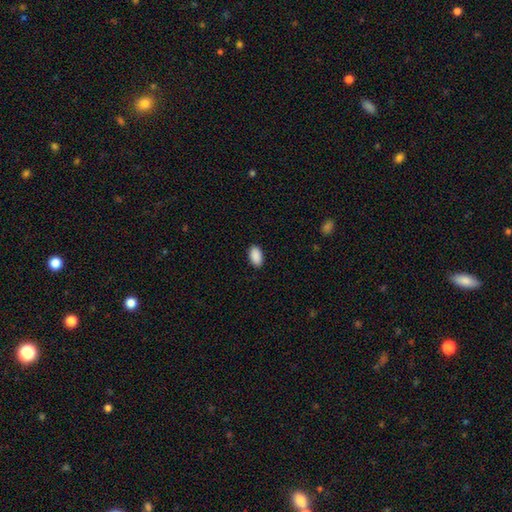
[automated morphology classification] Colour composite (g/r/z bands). It shows a smooth galaxy with no disk features (91%) that is in between round and cigar-shaped (94%). Merging: none (90%).